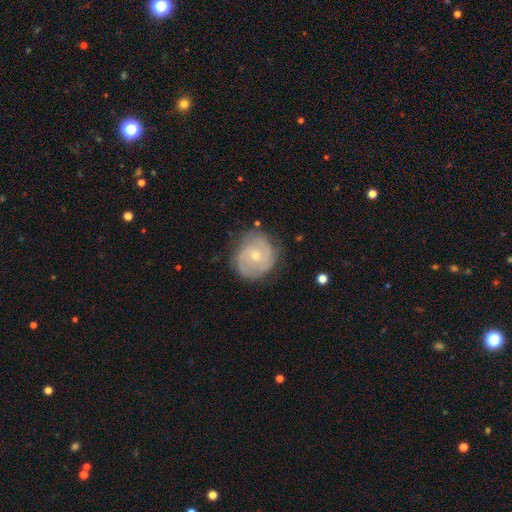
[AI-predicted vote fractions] This is likely a featured or disk galaxy (80%). It is clearly not viewed edge-on (98%). Bar: likely no (69%). Spiral arm pattern: clearly yes (93%). Spiral arm count: possibly 2 (54%). Spiral winding: possibly tight (55%). Central bulge: likely small (60%). Merging: likely none (77%).